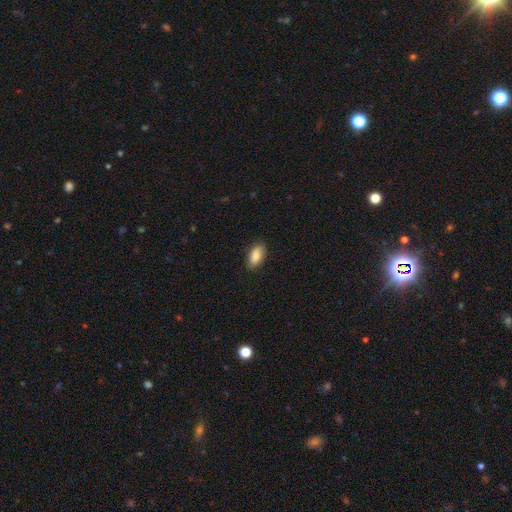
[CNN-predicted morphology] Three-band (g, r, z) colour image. It shows a smooth galaxy with no disk features (87%) that is in between round and cigar-shaped (92%). Merging: none (85%).